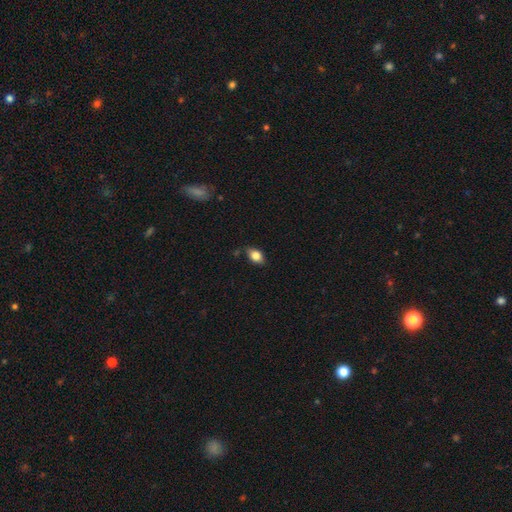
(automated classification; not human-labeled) The model was most divided on "merging": none: 76%, minor disturbance: 19%, major disturbance: 3%, merger: 2%. More confident: how rounded — in between (83%); smooth or featured — smooth (79%).